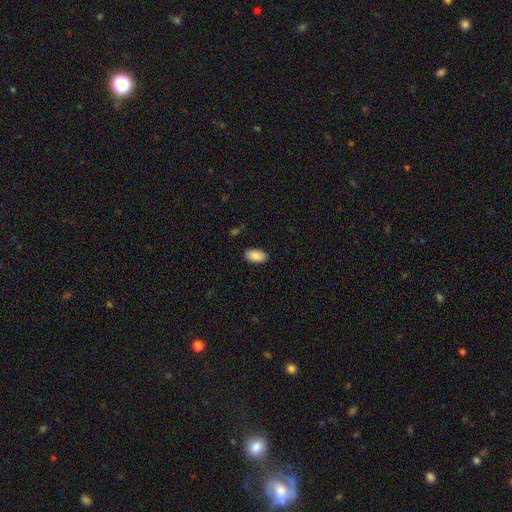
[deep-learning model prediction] Morphology: type=smooth (89%); roundness=in between (95%); merging=none (88%).